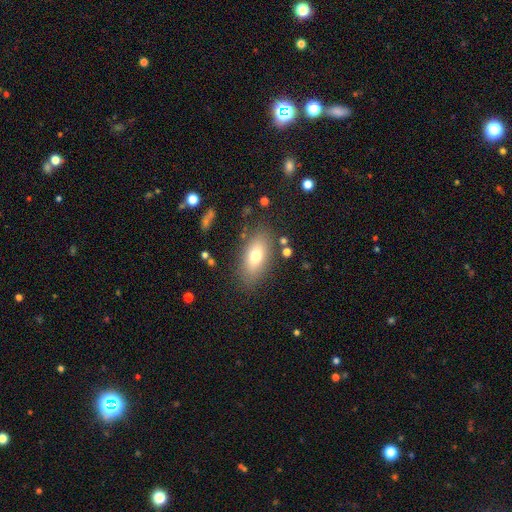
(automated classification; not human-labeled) Morphology: type=smooth (72%); roundness=in between (85%); merging=none (82%).